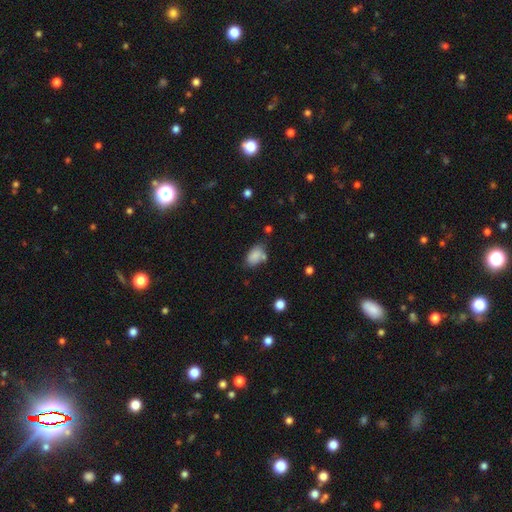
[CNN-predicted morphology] smooth 83%, star or artifact 9%, featured or disk 8%. Down the decision tree: how rounded — in between (85%); merging — none (59%).